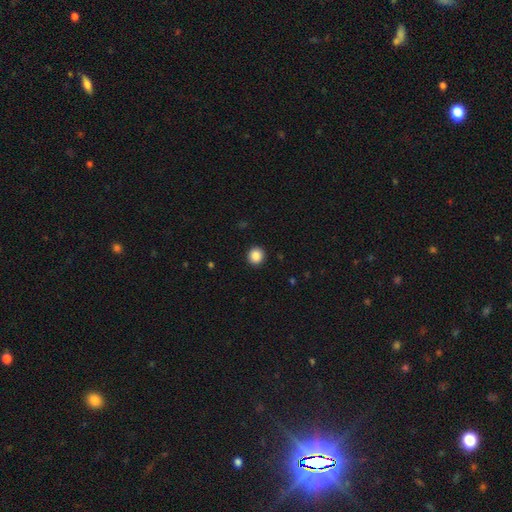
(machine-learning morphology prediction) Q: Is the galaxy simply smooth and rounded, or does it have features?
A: smooth — 88%.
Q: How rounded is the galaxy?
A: round — 91%.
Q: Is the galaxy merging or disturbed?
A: none — 92%.